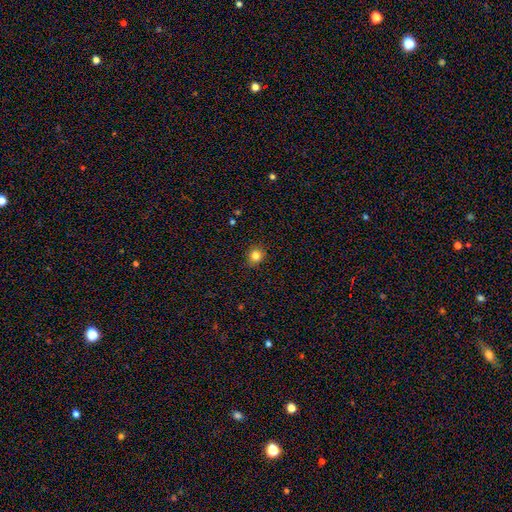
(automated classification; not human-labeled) smooth-or-featured: smooth: 81% | star or artifact: 13% | featured or disk: 6%
  how-rounded: round: 82% | in between: 17% | cigar-shaped: 1%
  merging: none: 89% | minor disturbance: 8% | major disturbance: 2% | merger: 1%